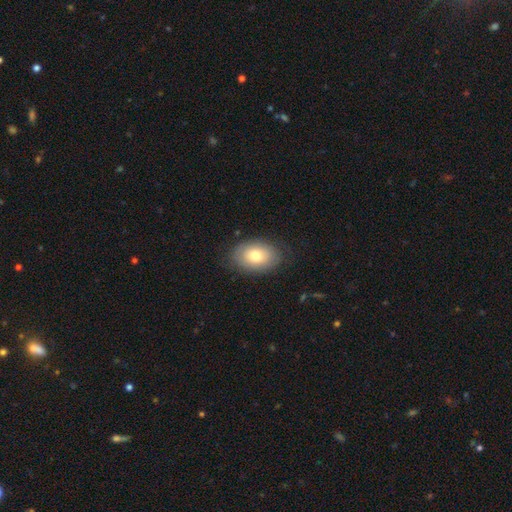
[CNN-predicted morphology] A smooth galaxy with no disk features (74%) that is in between round and cigar-shaped (83%). Merging: none (81%).